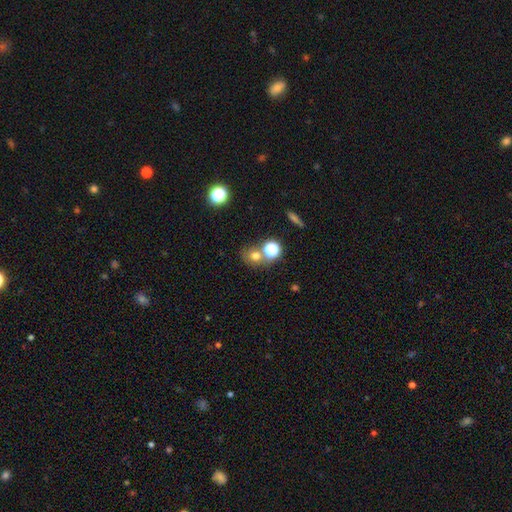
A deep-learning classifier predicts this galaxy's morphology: This is likely a smooth galaxy (67%). How rounded: likely round (70%). Merging: possibly none (55%).